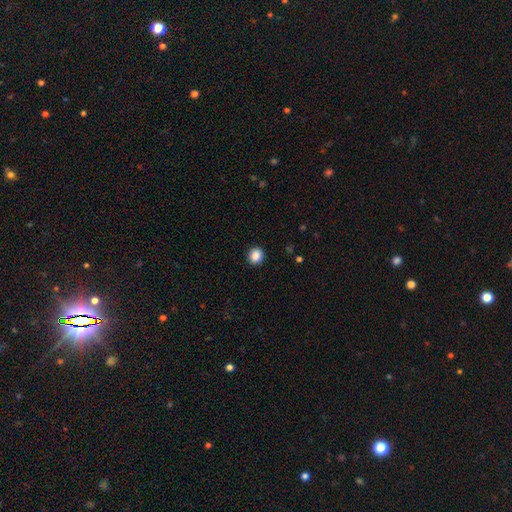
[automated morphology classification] Smooth or featured? Predicted: smooth (p=0.87). How rounded? Predicted: round (p=0.86). Merging? Predicted: none (p=0.92).